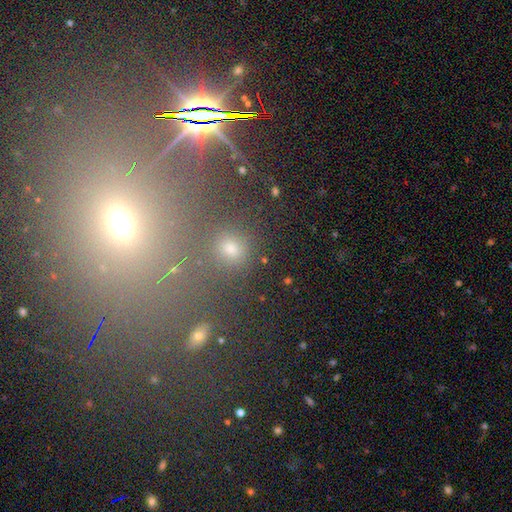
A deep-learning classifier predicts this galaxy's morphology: This is possibly a star or artifact rather than a galaxy (56%).